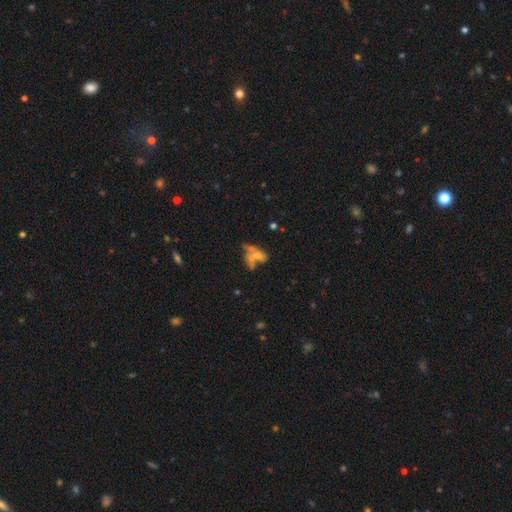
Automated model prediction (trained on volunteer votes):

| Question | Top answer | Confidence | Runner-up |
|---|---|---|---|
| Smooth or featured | smooth | 46% | featured or disk (39%) |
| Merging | merger | 49% | none (25%) |